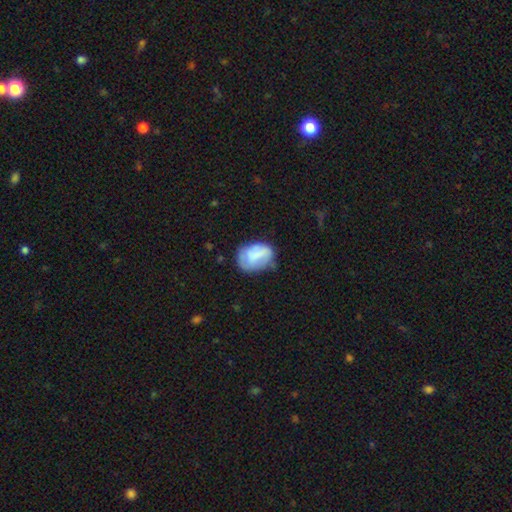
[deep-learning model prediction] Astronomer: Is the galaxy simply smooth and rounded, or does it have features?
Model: smooth — 69%.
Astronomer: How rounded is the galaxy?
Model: in between — 76%.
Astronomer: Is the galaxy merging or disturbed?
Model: none — 46% (runner-up: minor disturbance, 37%).